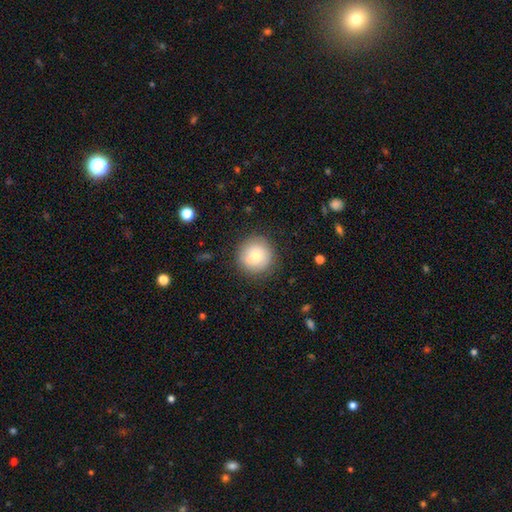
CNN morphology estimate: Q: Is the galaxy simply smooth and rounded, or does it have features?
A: smooth — 78%.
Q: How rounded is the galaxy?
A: round — 95%.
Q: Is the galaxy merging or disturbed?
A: none — 87%.